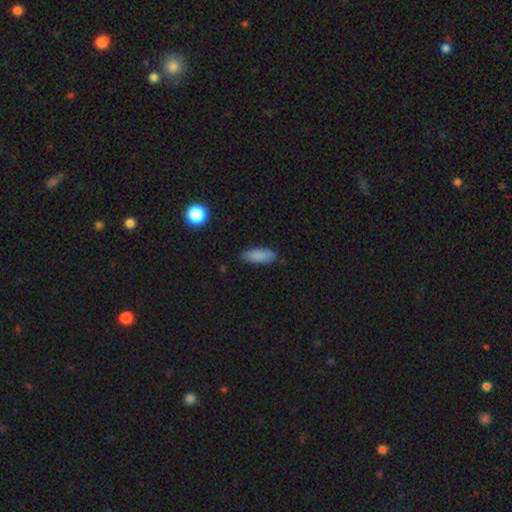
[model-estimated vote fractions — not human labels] smooth_or_featured: smooth (p=0.86) [alt: star or artifact p=0.08]
how_rounded: in between (p=0.68) [alt: cigar-shaped p=0.30]
merging: none (p=0.82) [alt: minor disturbance p=0.15]